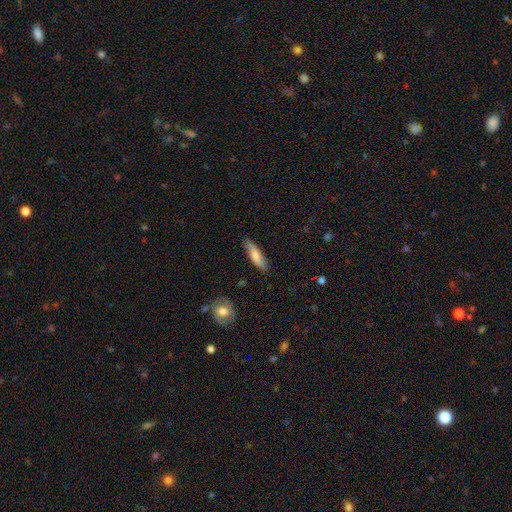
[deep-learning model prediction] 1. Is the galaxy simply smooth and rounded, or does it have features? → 78% smooth, 16% featured or disk, 6% star or artifact.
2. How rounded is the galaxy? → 64% cigar-shaped, 35% in between, 2% round.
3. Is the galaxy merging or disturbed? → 82% none, 14% minor disturbance, 2% major disturbance, 2% merger.